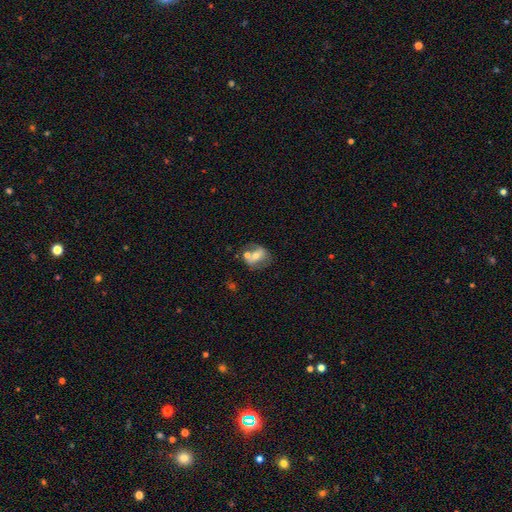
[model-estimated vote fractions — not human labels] This is possibly a smooth galaxy (48%). Merging: possibly none (45%).